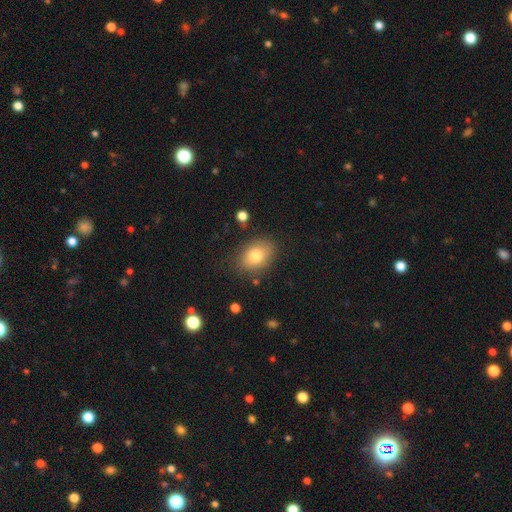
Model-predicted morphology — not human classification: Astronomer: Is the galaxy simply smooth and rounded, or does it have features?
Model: smooth — 79%.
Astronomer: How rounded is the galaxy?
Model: in between — 77%.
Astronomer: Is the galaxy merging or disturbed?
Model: none — 79%.